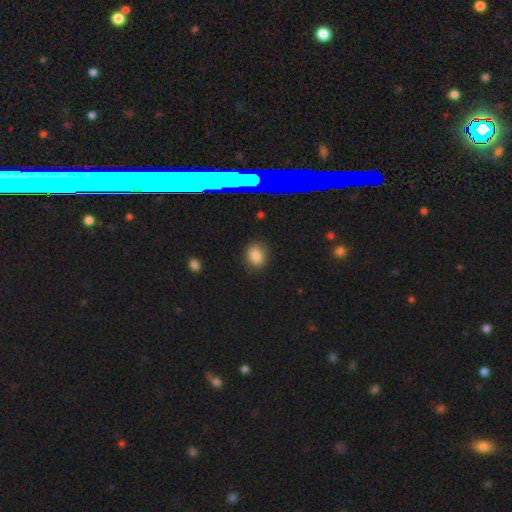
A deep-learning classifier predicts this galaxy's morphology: smooth_or_featured: smooth (p=0.80) [alt: star or artifact p=0.13]
how_rounded: in between (p=0.50) [alt: round p=0.49]
merging: none (p=0.86) [alt: minor disturbance p=0.11]